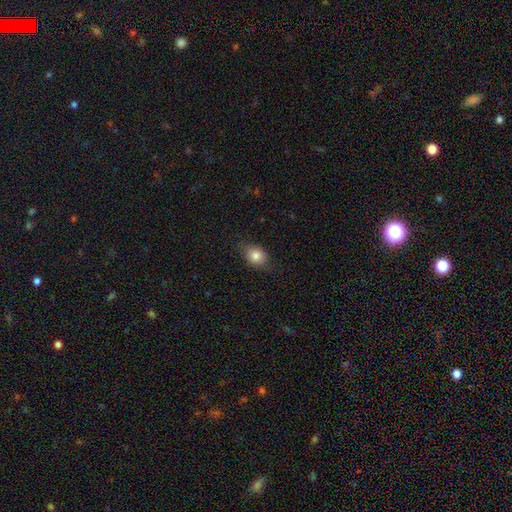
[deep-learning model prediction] Smooth or featured? smooth (82%)
How rounded? in between (65%)
Merging? none (79%)